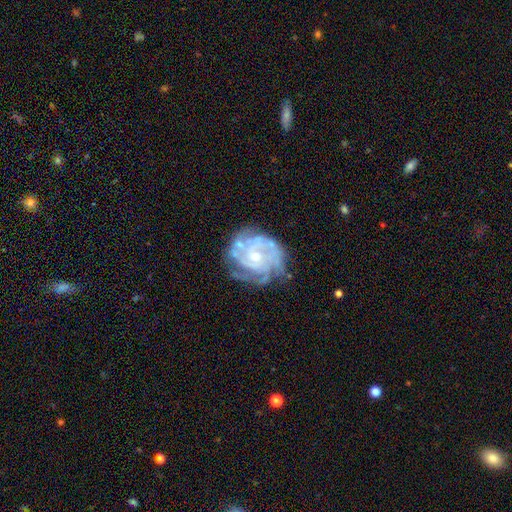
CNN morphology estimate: A featured or disk galaxy (86%) with no bar (73%), tight (64%) spiral arms (93%) and a small central bulge (60%).

Vote fractions:
- Smooth or featured? featured or disk: 86% / smooth: 8% / star or artifact: 6%
- Edge-on disk? no: 98% / yes: 2%
- Bar? no: 73% / weak: 22% / strong: 4%
- Spiral arms? yes: 93% / no: 7%
- Spiral winding? tight: 64% / medium: 29% / loose: 7%
- Spiral arm count? can't tell: 33% / 4: 21% / 3: 19% / 2: 12% / more than 4: 9% / 1: 6%
- Bulge size? small: 60% / moderate: 37% / none: 1% / large: 1% / dominant: 1%
- Merging? none: 63% / minor disturbance: 22% / major disturbance: 12% / merger: 3%